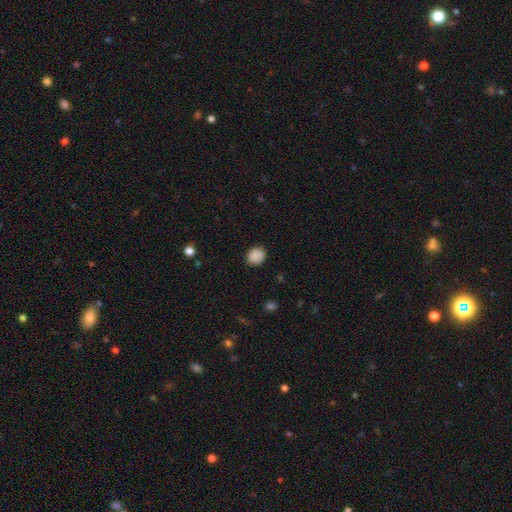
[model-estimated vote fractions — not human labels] This appears to be a smooth galaxy with no disk features (89%) that is round (68%). Merging: none (88%).